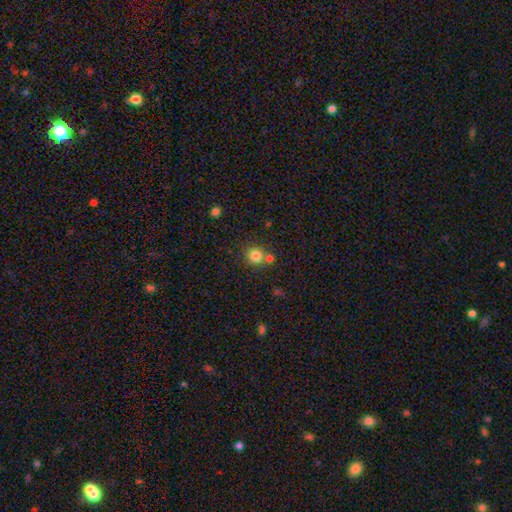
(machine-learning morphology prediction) A smooth galaxy with no disk features (81%) that is round (91%).

Vote fractions:
- Smooth or featured? smooth: 81% / star or artifact: 12% / featured or disk: 7%
- How rounded? round: 91% / in between: 8% / cigar-shaped: 1%
- Merging? none: 69% / merger: 21% / minor disturbance: 8% / major disturbance: 3%